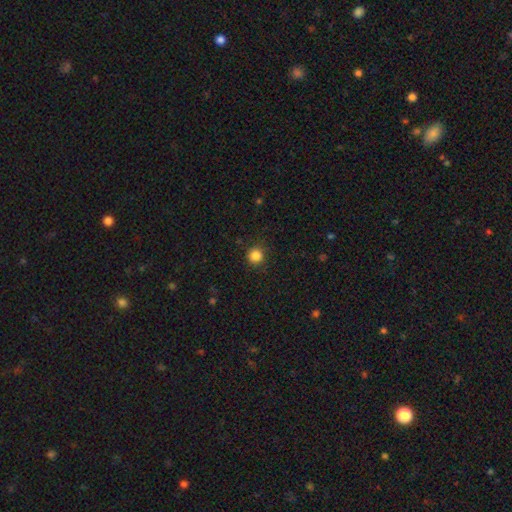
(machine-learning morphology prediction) This is clearly a smooth galaxy (85%). How rounded: clearly round (94%). Merging: clearly none (89%).